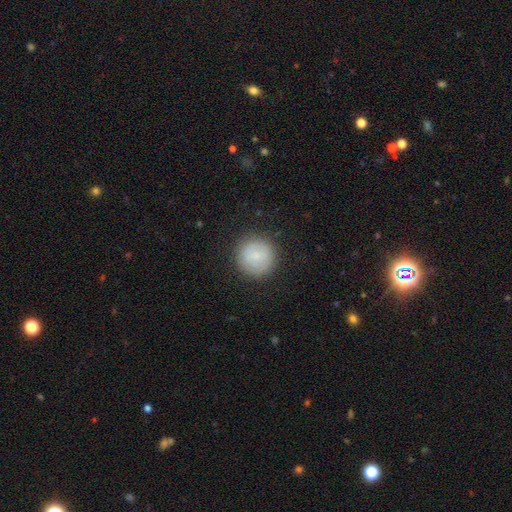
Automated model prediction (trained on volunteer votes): Smooth or featured: smooth — 79% (featured or disk — 14%)
How rounded: round — 95% (in between — 4%)
Merging: none — 88% (minor disturbance — 8%)